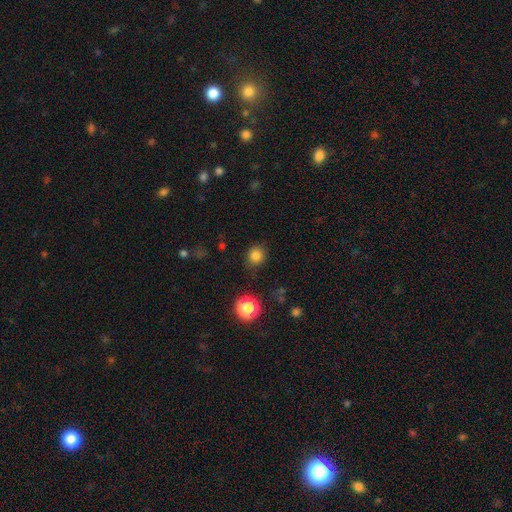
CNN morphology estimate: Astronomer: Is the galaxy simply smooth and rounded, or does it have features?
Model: smooth — 82%.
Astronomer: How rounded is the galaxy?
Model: round — 87%.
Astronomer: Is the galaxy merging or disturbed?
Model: none — 85%.